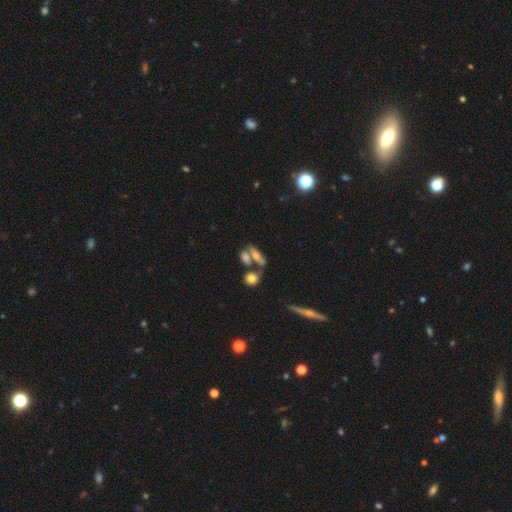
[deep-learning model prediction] Overall: smooth (48%; featured or disk 37%). Merging: none (42%; merger 37%).